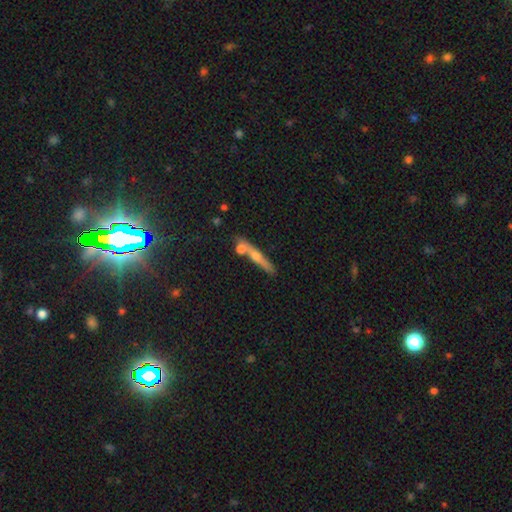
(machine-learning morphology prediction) Smooth or featured?
  - featured or disk: 50% *
  - smooth: 41%
  - star or artifact: 9%
Edge-on disk?
  - yes: 90% *
  - no: 10%
Merging?
  - none: 67% *
  - merger: 17%
  - minor disturbance: 12%
  - major disturbance: 4%